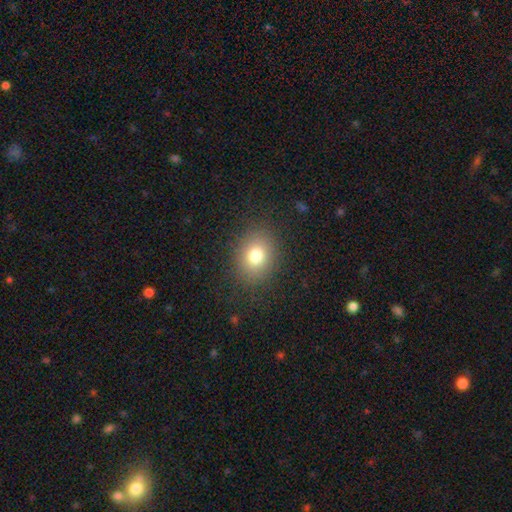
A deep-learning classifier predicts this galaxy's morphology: The model was most divided on "how rounded": round: 55%, in between: 44%, cigar-shaped: 1%. More confident: merging — none (85%); smooth or featured — smooth (78%).